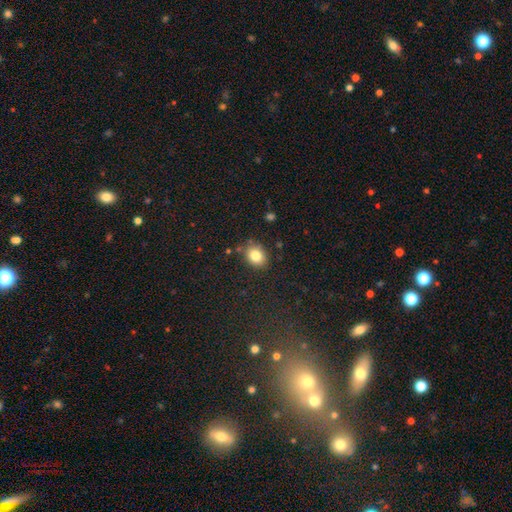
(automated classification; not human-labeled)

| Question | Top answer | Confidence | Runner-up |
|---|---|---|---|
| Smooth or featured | smooth | 82% | star or artifact (10%) |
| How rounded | round | 51% | in between (48%) |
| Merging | none | 80% | minor disturbance (13%) |